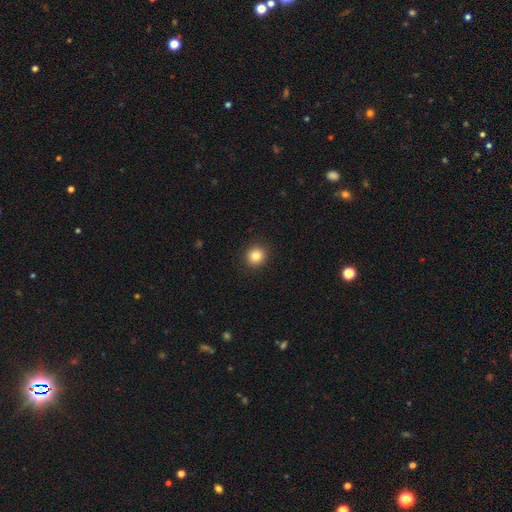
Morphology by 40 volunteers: Smooth or featured? smooth (88%)
How rounded? round (100%)
Merging? none (92%)